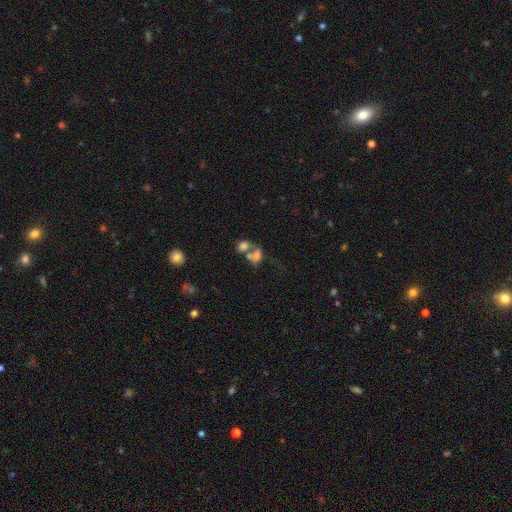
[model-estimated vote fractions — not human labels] smooth-or-featured: smooth: 61% | featured or disk: 25% | star or artifact: 14%
  how-rounded: in between: 65% | round: 33% | cigar-shaped: 2%
  merging: merger: 65% | none: 18% | major disturbance: 10% | minor disturbance: 8%